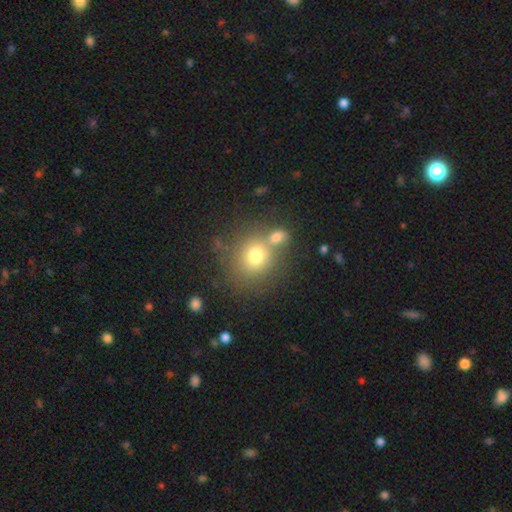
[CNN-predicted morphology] Smooth or featured?
  - smooth: 73% *
  - featured or disk: 14%
  - star or artifact: 13%
How rounded?
  - round: 83% *
  - in between: 16%
  - cigar-shaped: 1%
Merging?
  - none: 54% *
  - merger: 31%
  - minor disturbance: 11%
  - major disturbance: 5%